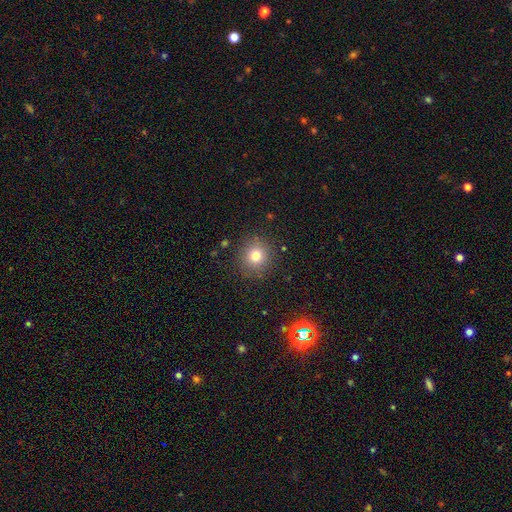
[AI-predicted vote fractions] smooth 77%, star or artifact 14%, featured or disk 9%. Down the decision tree: how rounded — round (91%); merging — none (88%).